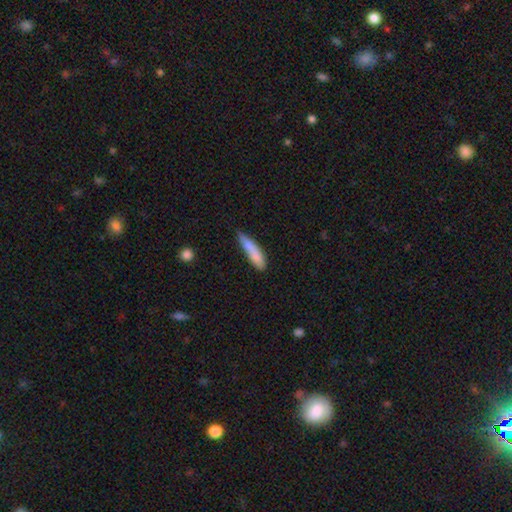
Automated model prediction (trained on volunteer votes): smooth-or-featured: smooth: 79% | featured or disk: 14% | star or artifact: 7%
  how-rounded: cigar-shaped: 76% | in between: 22% | round: 2%
  merging: none: 53% | minor disturbance: 30% | merger: 9% | major disturbance: 8%